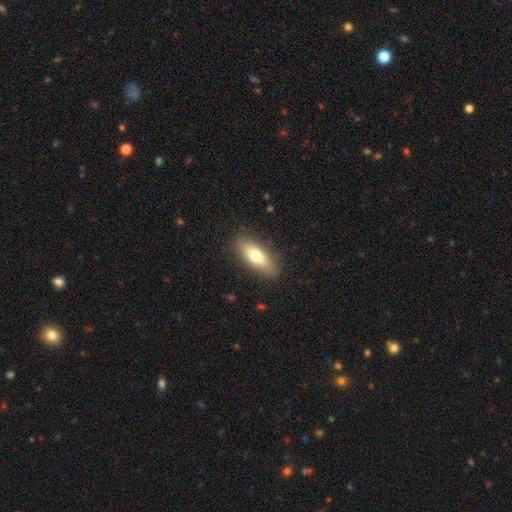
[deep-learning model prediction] Smooth or featured?
  - smooth: 72% *
  - featured or disk: 21%
  - star or artifact: 7%
How rounded?
  - in between: 68% *
  - cigar-shaped: 29%
  - round: 3%
Merging?
  - none: 86% *
  - minor disturbance: 10%
  - major disturbance: 3%
  - merger: 1%